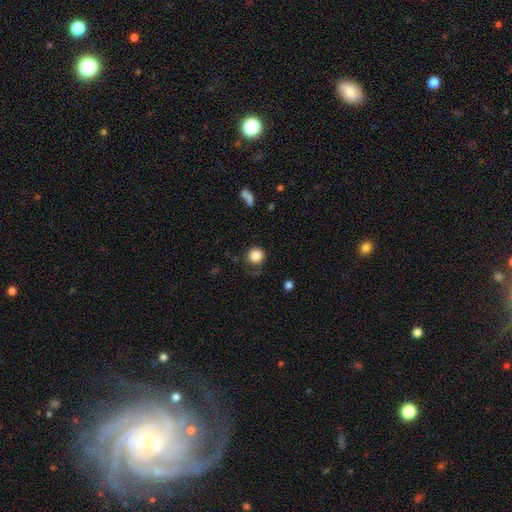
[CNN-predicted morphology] Smooth or featured? Predicted: smooth (p=0.86). How rounded? Predicted: round (p=0.94). Merging? Predicted: none (p=0.78).